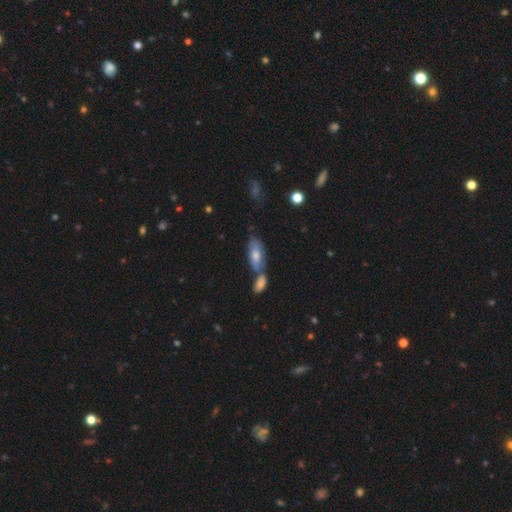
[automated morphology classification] Overall: smooth (60%; featured or disk 31%). How rounded: in between (77%). Merging: merger (43%; none 41%).